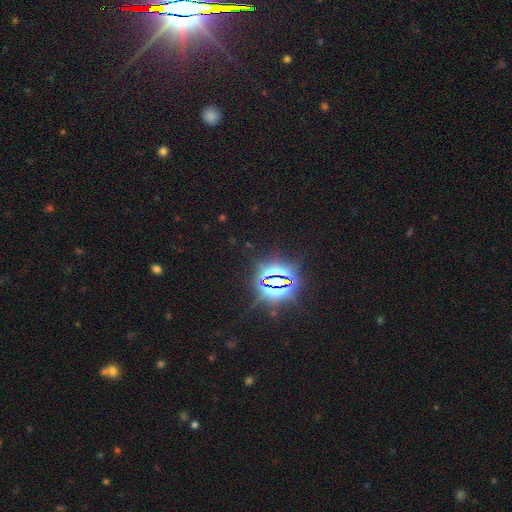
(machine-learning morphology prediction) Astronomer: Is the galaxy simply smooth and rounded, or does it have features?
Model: star or artifact — 85%.